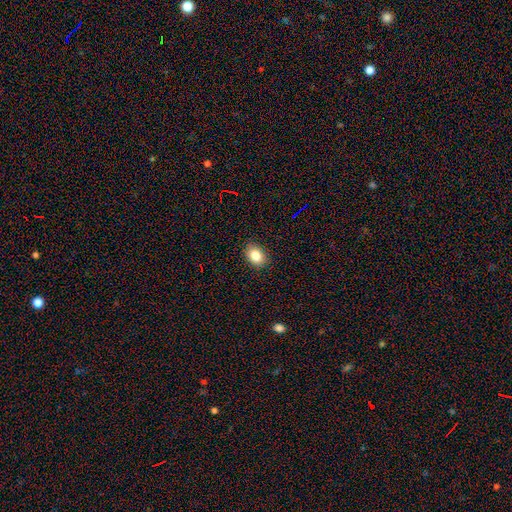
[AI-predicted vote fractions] The model was most divided on "how rounded": in between: 74%, round: 25%, cigar-shaped: 1%. More confident: merging — none (89%); smooth or featured — smooth (85%).